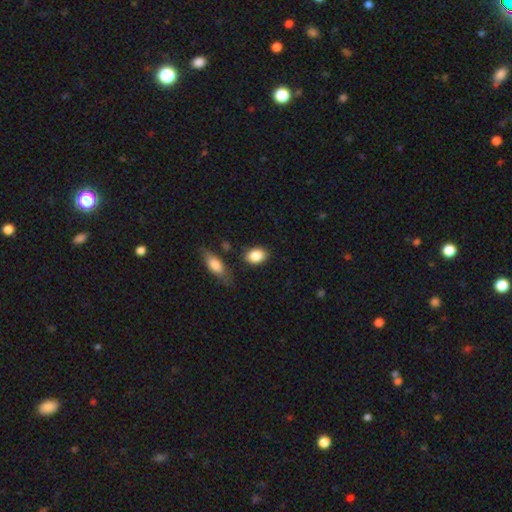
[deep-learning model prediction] The model was most divided on "how rounded": in between: 73%, round: 25%, cigar-shaped: 2%. More confident: smooth or featured — smooth (87%); merging — none (77%).